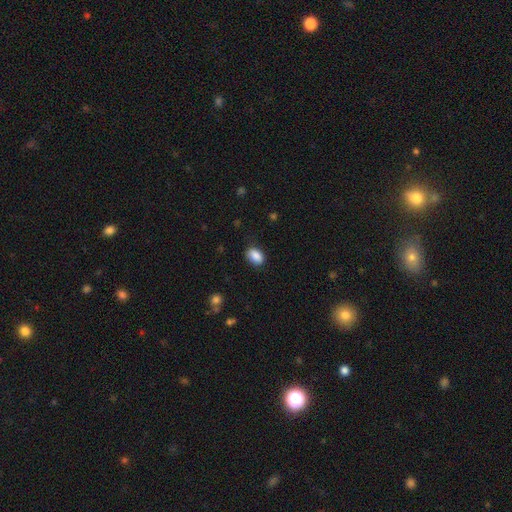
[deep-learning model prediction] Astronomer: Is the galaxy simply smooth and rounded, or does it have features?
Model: smooth — 88%.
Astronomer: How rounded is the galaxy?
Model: in between — 86%.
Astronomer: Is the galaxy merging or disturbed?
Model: none — 82%.